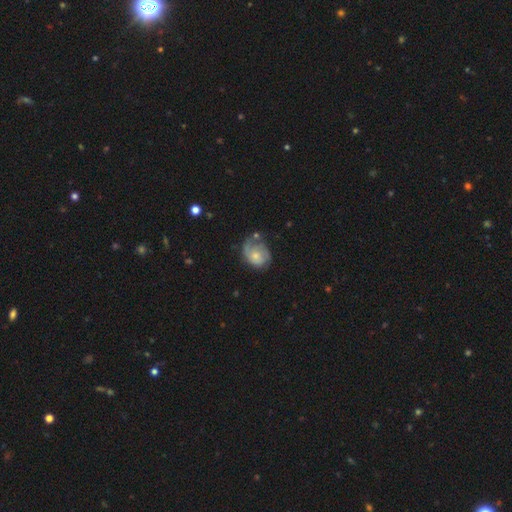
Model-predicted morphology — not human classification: smooth_or_featured: featured or disk (p=0.53) [alt: smooth p=0.40]
disk_edge_on: no (p=0.97) [alt: yes p=0.03]
bar: no (p=0.79) [alt: weak p=0.18]
has_spiral_arms: yes (p=0.77) [alt: no p=0.23]
bulge_size: small (p=0.50) [alt: moderate p=0.41]
merging: none (p=0.40) [alt: minor disturbance p=0.30]